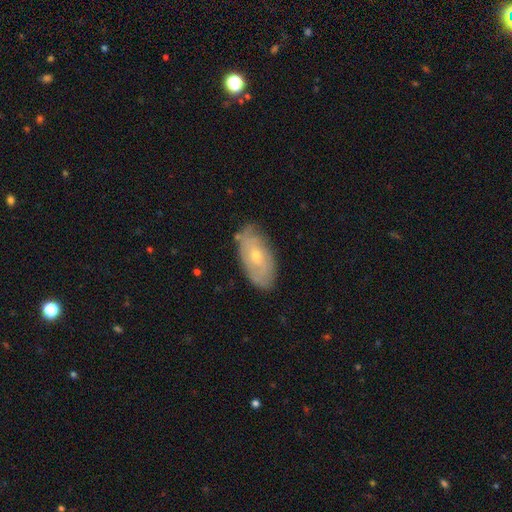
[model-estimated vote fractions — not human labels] smooth_or_featured: featured or disk (p=0.57) [alt: smooth p=0.36]
disk_edge_on: no (p=0.88) [alt: yes p=0.12]
bar: no (p=0.78) [alt: weak p=0.18]
has_spiral_arms: yes (p=0.62) [alt: no p=0.38]
bulge_size: small (p=0.57) [alt: moderate p=0.40]
merging: none (p=0.77) [alt: minor disturbance p=0.18]